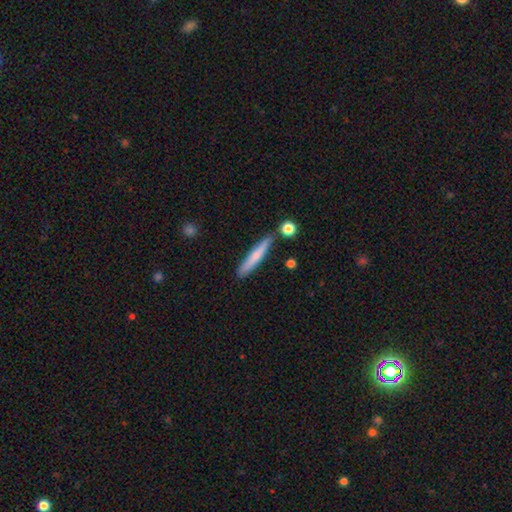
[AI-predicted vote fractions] A smooth galaxy with no disk features (67%) that is cigar-shaped (94%).

Vote fractions:
- Smooth or featured? smooth: 67% / featured or disk: 27% / star or artifact: 6%
- How rounded? cigar-shaped: 94% / in between: 5% / round: 1%
- Merging? none: 82% / minor disturbance: 11% / merger: 5% / major disturbance: 2%